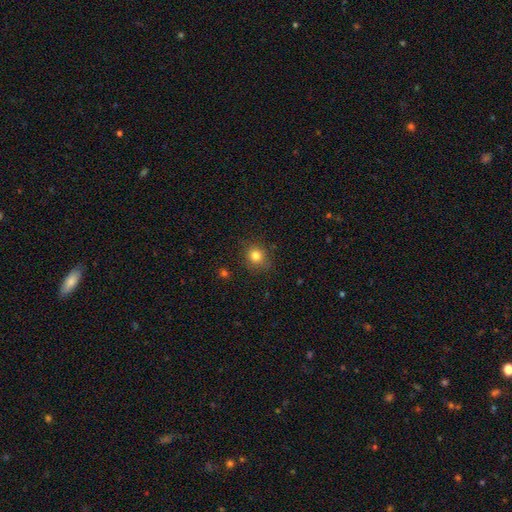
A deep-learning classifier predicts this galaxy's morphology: smooth_or_featured: smooth (p=0.81) [alt: star or artifact p=0.13]
how_rounded: round (p=0.78) [alt: in between p=0.21]
merging: none (p=0.84) [alt: minor disturbance p=0.11]